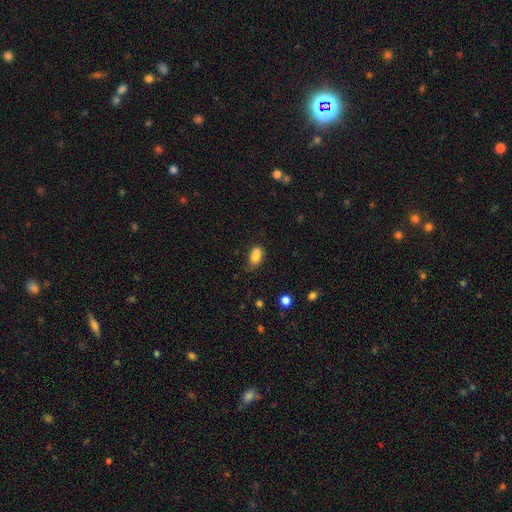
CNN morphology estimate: Overall: smooth (79%). How rounded: in between (84%). Merging: none (41%; minor disturbance 26%).